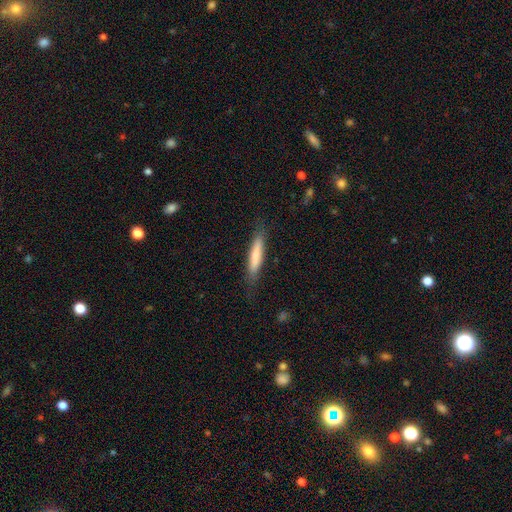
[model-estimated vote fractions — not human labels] Q: Smooth or featured?
A: smooth (77%); runner-up: featured or disk (18%)
Q: How rounded?
A: cigar-shaped (89%); runner-up: in between (10%)
Q: Merging?
A: none (83%); runner-up: minor disturbance (13%)